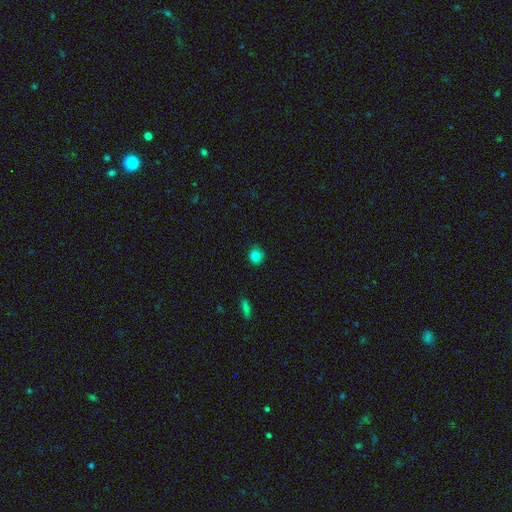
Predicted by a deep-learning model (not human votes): Smooth or featured?
  - smooth: 83% *
  - star or artifact: 12%
  - featured or disk: 5%
How rounded?
  - round: 88% *
  - in between: 11%
  - cigar-shaped: 1%
Merging?
  - none: 85% *
  - minor disturbance: 12%
  - major disturbance: 2%
  - merger: 1%